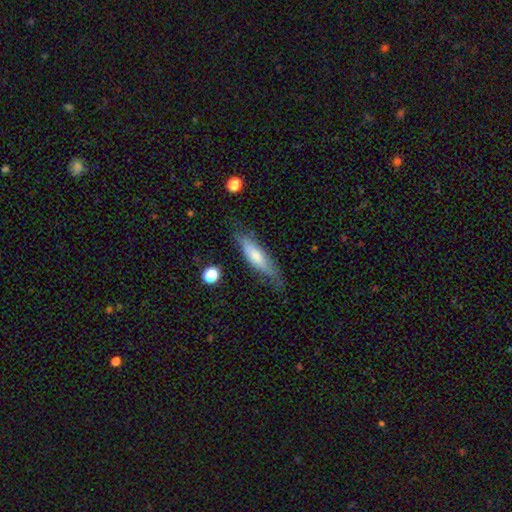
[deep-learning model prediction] Overall: smooth (58%; featured or disk 35%). How rounded: cigar-shaped (59%; in between 39%). Merging: none (63%; minor disturbance 26%).